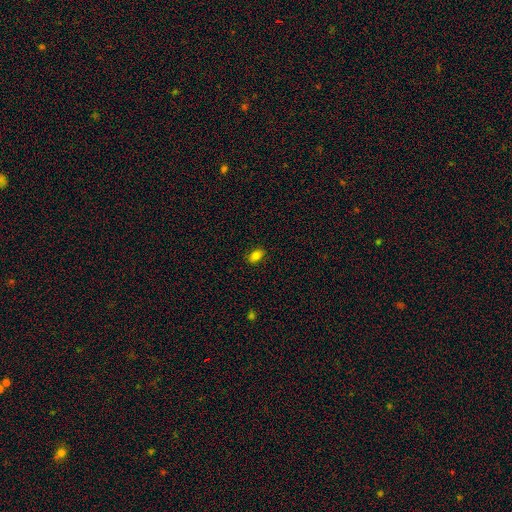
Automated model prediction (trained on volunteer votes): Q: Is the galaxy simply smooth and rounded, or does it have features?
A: smooth — 81%.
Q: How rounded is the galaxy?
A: in between — 83%.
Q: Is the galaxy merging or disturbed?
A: none — 87%.